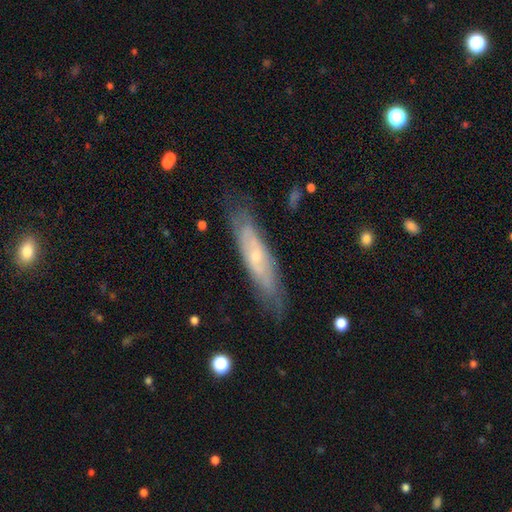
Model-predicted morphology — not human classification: A featured or disk galaxy (63%). Merging: none (74%).